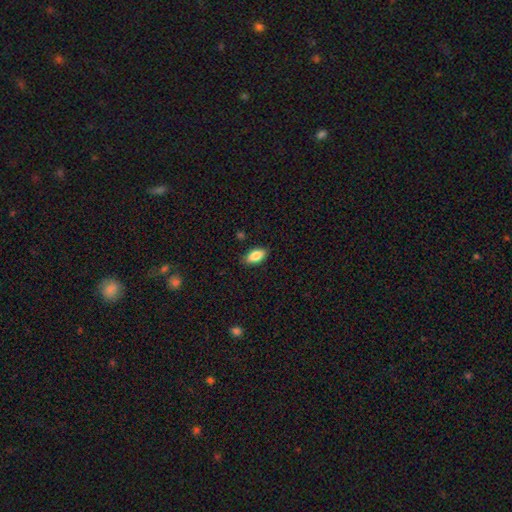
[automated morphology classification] Smooth or featured: smooth — 85% (featured or disk — 8%)
How rounded: in between — 90% (cigar-shaped — 7%)
Merging: none — 86% (minor disturbance — 11%)